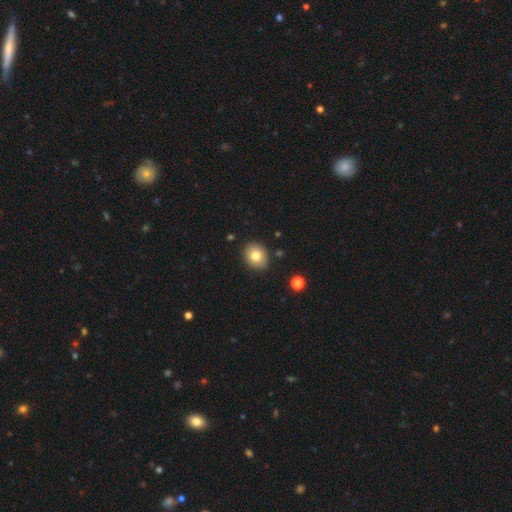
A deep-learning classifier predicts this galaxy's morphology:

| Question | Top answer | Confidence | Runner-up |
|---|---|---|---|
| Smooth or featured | smooth | 78% | featured or disk (12%) |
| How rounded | round | 61% | in between (38%) |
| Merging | none | 87% | minor disturbance (9%) |